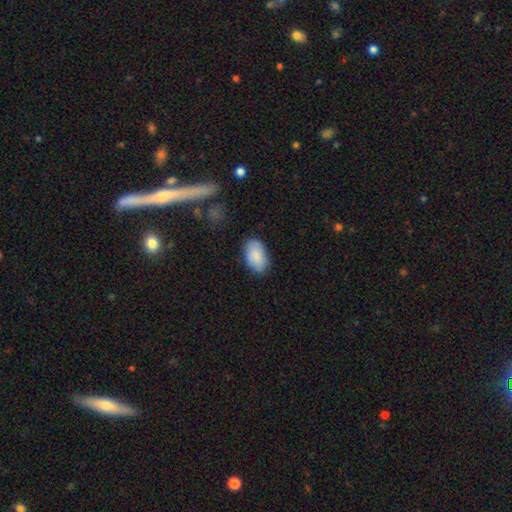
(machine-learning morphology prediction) Smooth or featured? smooth (85%)
How rounded? in between (94%)
Merging? none (82%)